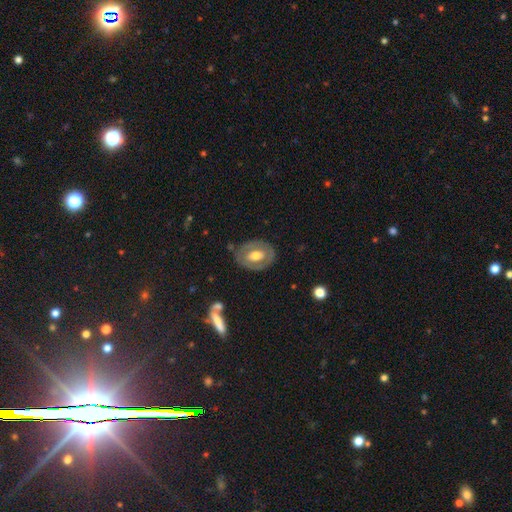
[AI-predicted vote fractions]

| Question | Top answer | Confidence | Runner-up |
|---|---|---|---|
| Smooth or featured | featured or disk | 54% | smooth (41%) |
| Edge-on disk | no | 93% | yes (7%) |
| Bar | no | 61% | weak (27%) |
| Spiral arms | no | 77% | yes (23%) |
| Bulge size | moderate | 65% | large (23%) |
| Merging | none | 77% | minor disturbance (15%) |